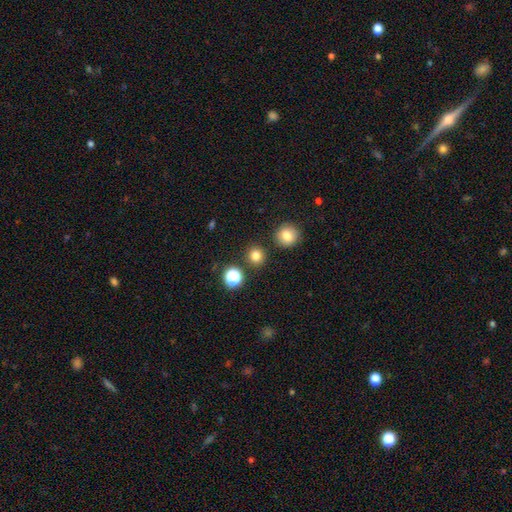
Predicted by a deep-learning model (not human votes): Smooth or featured? Predicted: smooth (p=0.78). How rounded? Predicted: round (p=0.92). Merging? Predicted: none (p=0.87).